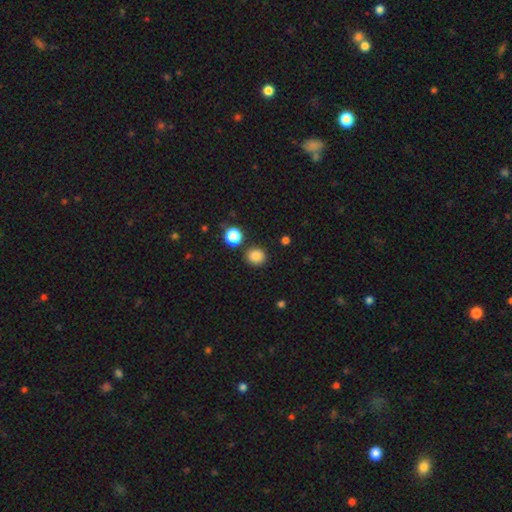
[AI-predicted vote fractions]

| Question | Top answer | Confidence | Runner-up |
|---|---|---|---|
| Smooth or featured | smooth | 85% | star or artifact (12%) |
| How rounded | round | 82% | in between (17%) |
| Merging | none | 84% | minor disturbance (8%) |